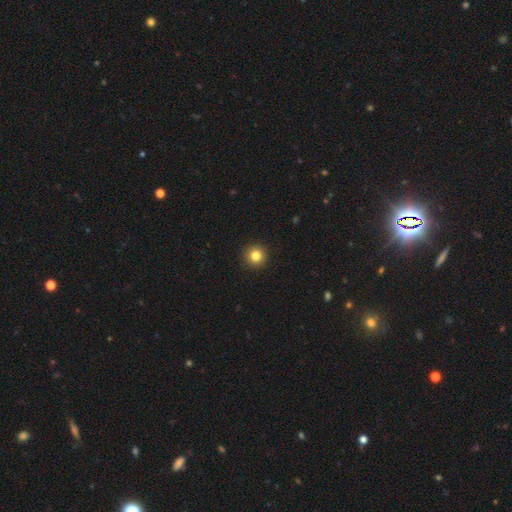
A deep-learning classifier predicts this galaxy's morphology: smooth 83%, star or artifact 11%, featured or disk 6%. Down the decision tree: how rounded — round (95%); merging — none (93%).